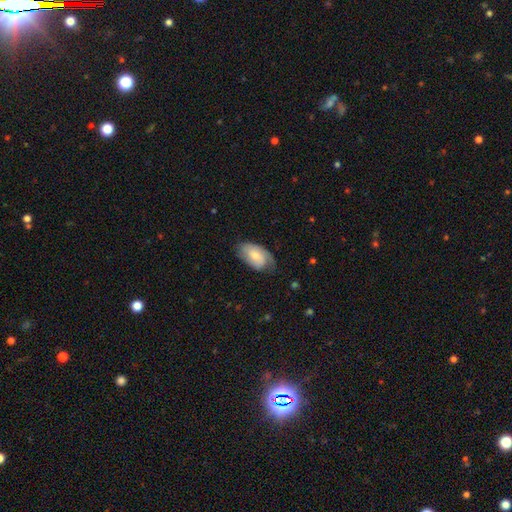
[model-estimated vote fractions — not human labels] Smooth or featured? smooth (55%)
How rounded? in between (92%)
Merging? none (57%)